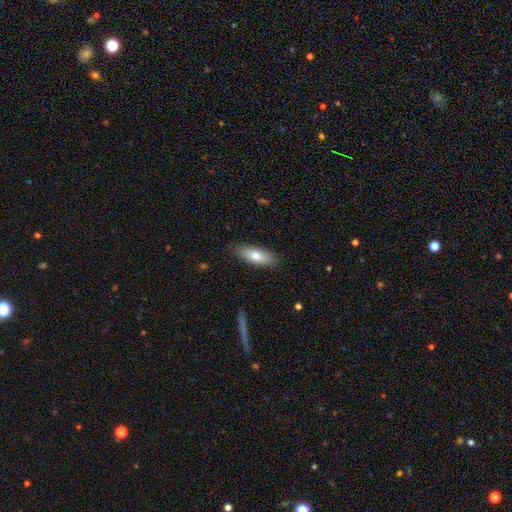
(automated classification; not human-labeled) Overall: smooth (72%). How rounded: in between (71%). Merging: none (85%).